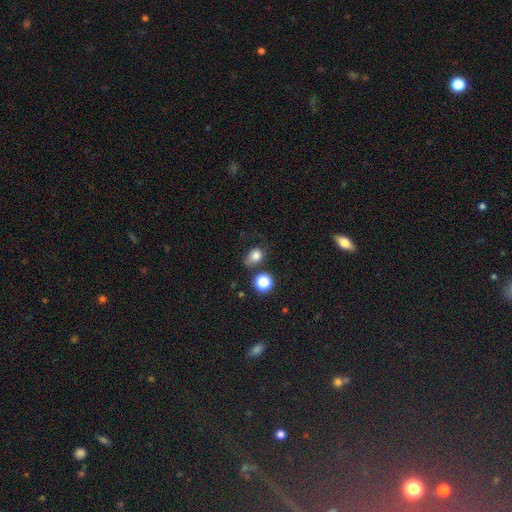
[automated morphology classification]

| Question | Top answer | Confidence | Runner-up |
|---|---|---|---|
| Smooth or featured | smooth | 79% | star or artifact (13%) |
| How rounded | round | 50% | in between (48%) |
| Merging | none | 47% | minor disturbance (28%) |